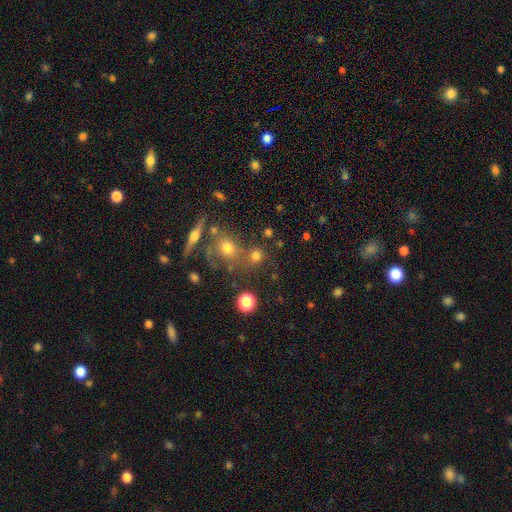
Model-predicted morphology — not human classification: A smooth galaxy with no disk features (71%) that is round (85%). Merging: none (64%).